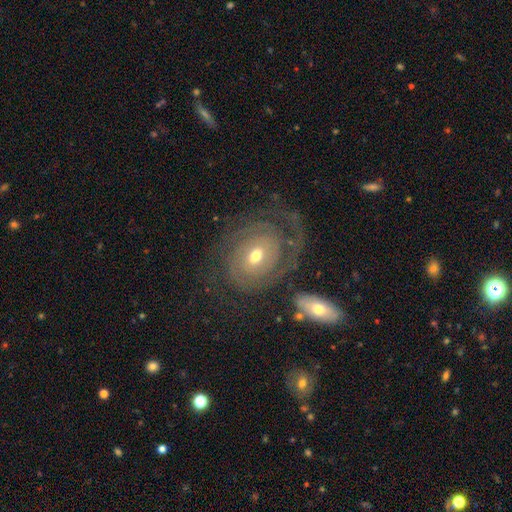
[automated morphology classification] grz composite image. It shows a featured or disk galaxy (82%) with no bar (58%), 2 (48%) tight (65%) spiral arms (91%) and a moderate central bulge (51%). Merging: none (62%).